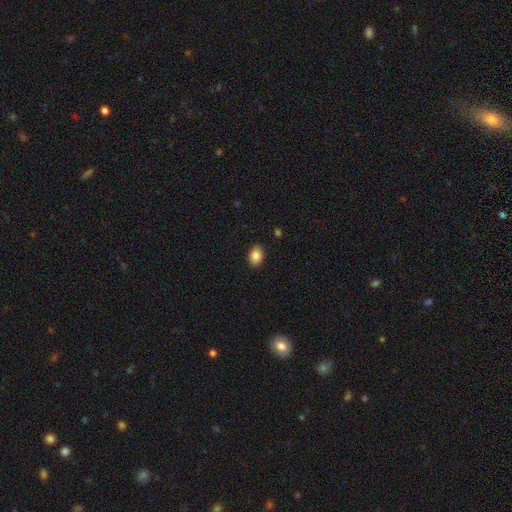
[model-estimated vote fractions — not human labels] This appears to be a smooth galaxy with no disk features (86%) that is in between round and cigar-shaped (76%). Merging: none (90%).